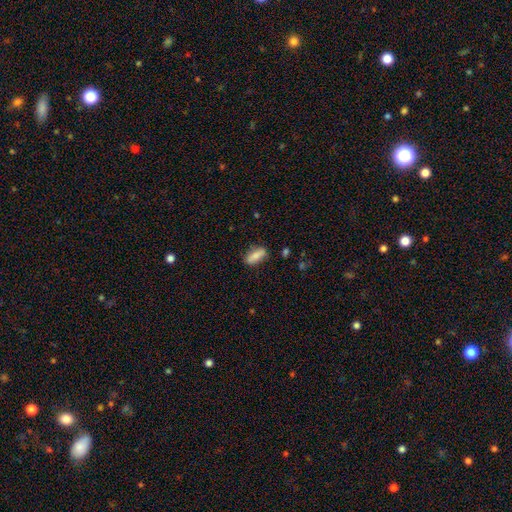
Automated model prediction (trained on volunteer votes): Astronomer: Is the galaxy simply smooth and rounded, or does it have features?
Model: smooth — 81%.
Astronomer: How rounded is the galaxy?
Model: in between — 66%.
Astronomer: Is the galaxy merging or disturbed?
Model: none — 80%.